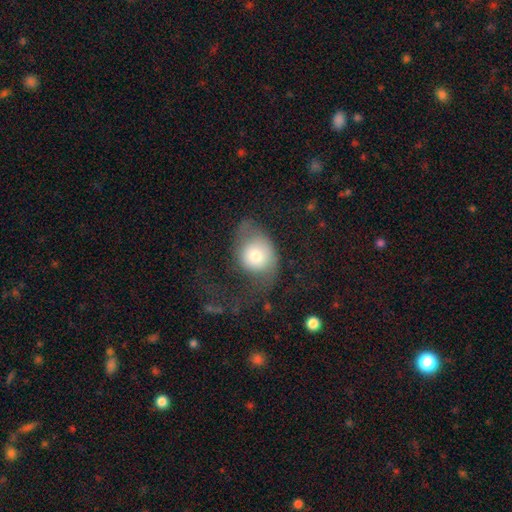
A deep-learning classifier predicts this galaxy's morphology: A smooth galaxy with no disk features (67%) that is round (56%). Merging: major disturbance (49%).